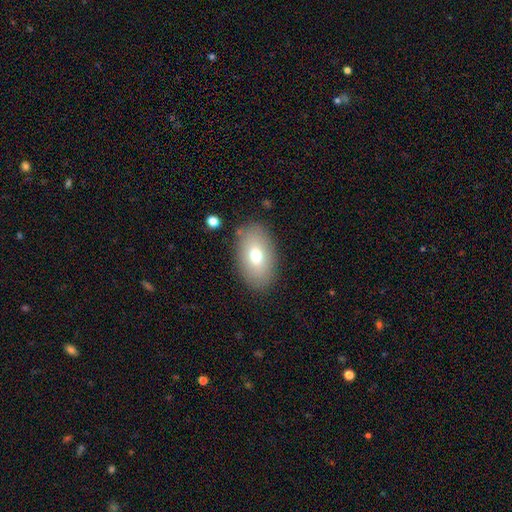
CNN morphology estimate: smooth-or-featured: smooth: 71% | featured or disk: 20% | star or artifact: 9%
  how-rounded: in between: 91% | round: 8% | cigar-shaped: 1%
  merging: none: 84% | minor disturbance: 10% | major disturbance: 4% | merger: 2%